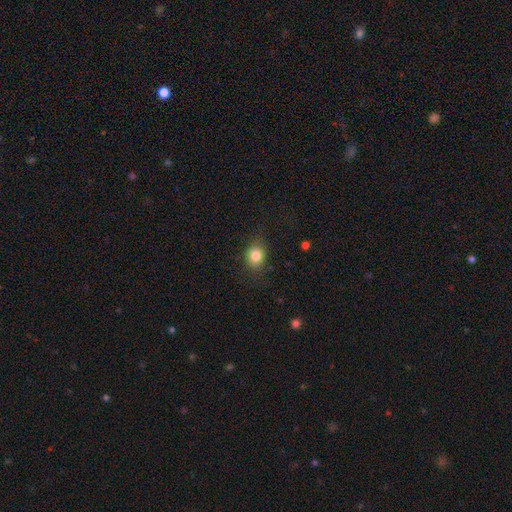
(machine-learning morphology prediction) Overall: smooth (81%). How rounded: round (60%; in between 39%). Merging: none (76%).